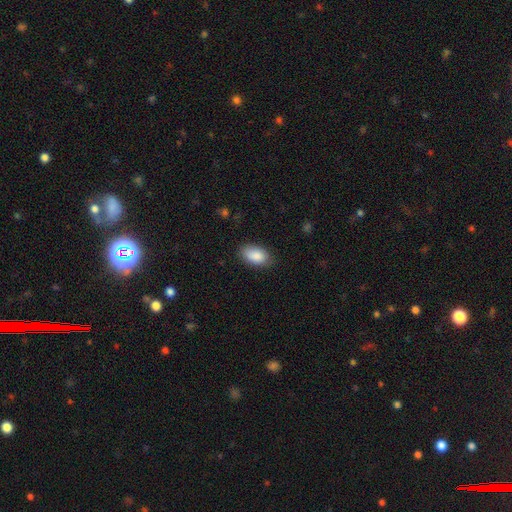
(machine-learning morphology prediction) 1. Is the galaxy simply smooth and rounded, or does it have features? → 88% smooth, 7% star or artifact, 5% featured or disk.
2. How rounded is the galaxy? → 93% in between, 5% round, 2% cigar-shaped.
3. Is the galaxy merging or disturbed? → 82% none, 14% minor disturbance, 3% major disturbance, 1% merger.